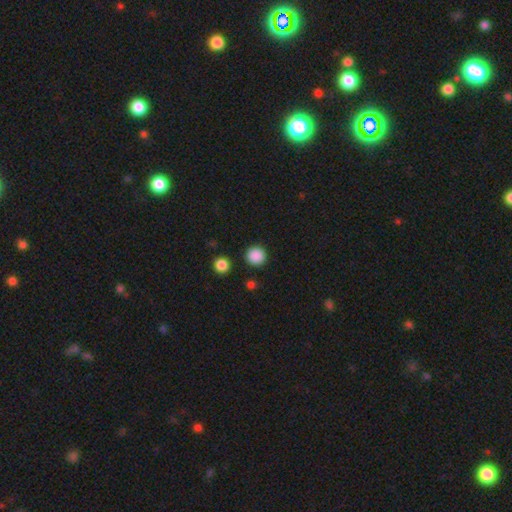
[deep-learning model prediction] smooth 88%, star or artifact 10%, featured or disk 3%. Down the decision tree: how rounded — round (95%); merging — none (91%).